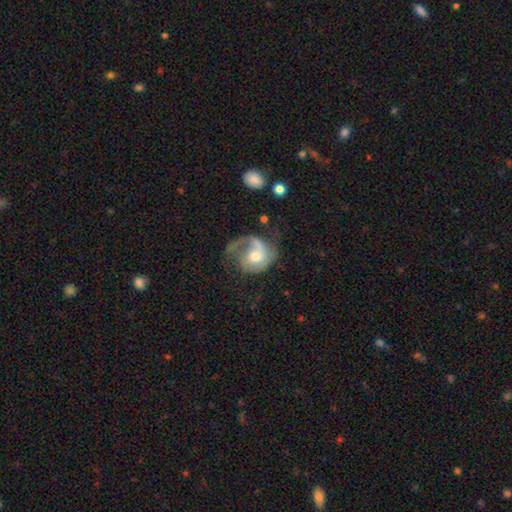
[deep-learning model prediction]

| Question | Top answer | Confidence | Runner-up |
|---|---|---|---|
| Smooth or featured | featured or disk | 73% | smooth (21%) |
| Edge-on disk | no | 97% | yes (3%) |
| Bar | no | 66% | weak (28%) |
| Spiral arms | yes | 88% | no (12%) |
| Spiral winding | medium | 41% | loose (36%) |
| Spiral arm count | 1 | 59% | 2 (28%) |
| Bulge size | moderate | 66% | small (21%) |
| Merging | major disturbance | 40% | none (37%) |